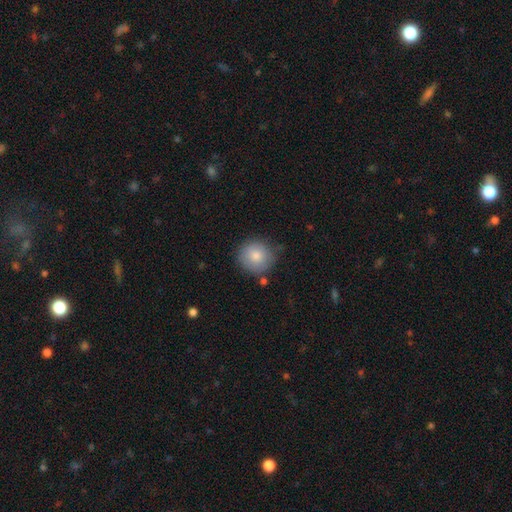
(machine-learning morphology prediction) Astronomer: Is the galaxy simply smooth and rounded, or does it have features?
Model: smooth — 83%.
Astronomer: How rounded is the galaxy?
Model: round — 91%.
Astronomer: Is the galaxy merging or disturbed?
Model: none — 75%.